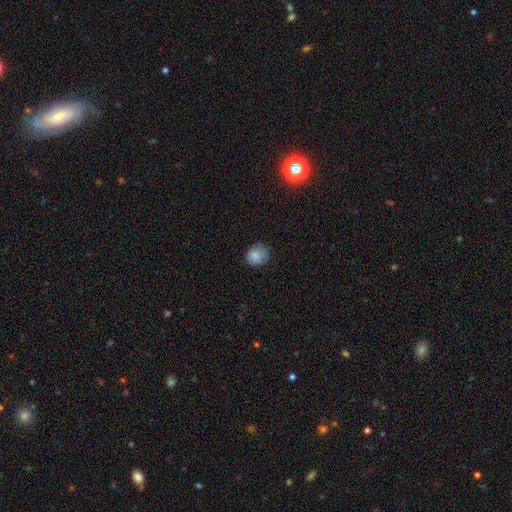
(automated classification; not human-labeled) This appears to be a smooth galaxy with no disk features (83%) that is round (73%). Merging: none (70%).